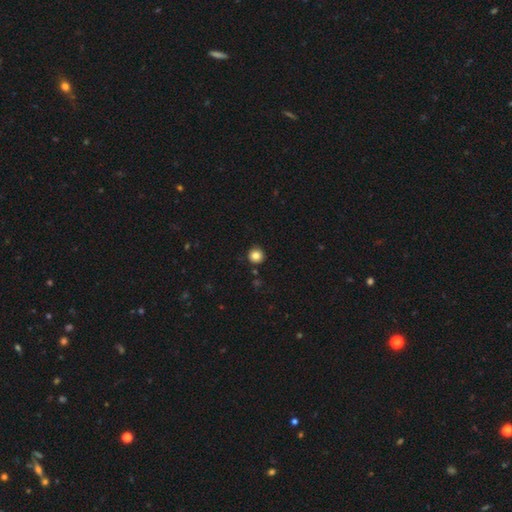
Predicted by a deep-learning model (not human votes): Smooth or featured? smooth (84%)
How rounded? round (95%)
Merging? none (92%)